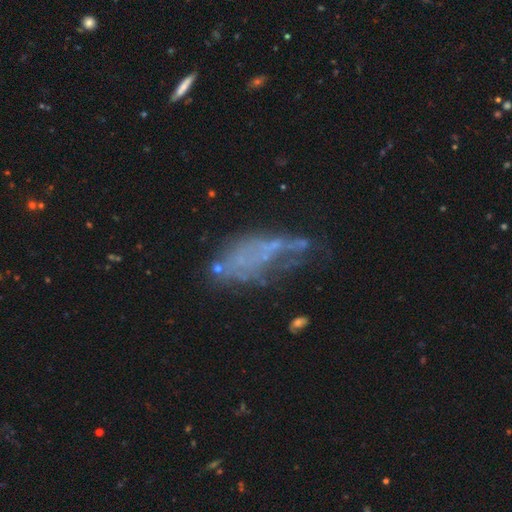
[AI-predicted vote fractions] Smooth or featured?
  - featured or disk: 49% *
  - smooth: 29%
  - star or artifact: 22%
Merging?
  - major disturbance: 35% *
  - none: 32%
  - minor disturbance: 22%
  - merger: 11%